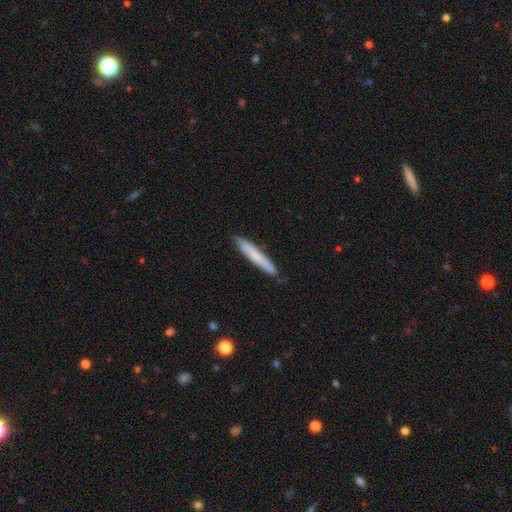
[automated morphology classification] smooth 68%, featured or disk 26%, star or artifact 6%. Down the decision tree: how rounded — cigar-shaped (95%); merging — none (84%).